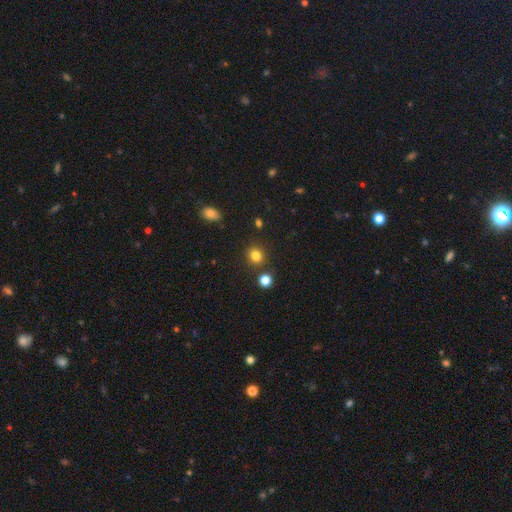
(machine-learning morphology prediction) smooth_or_featured: smooth (p=0.81) [alt: star or artifact p=0.14]
how_rounded: round (p=0.82) [alt: in between p=0.17]
merging: none (p=0.83) [alt: minor disturbance p=0.08]